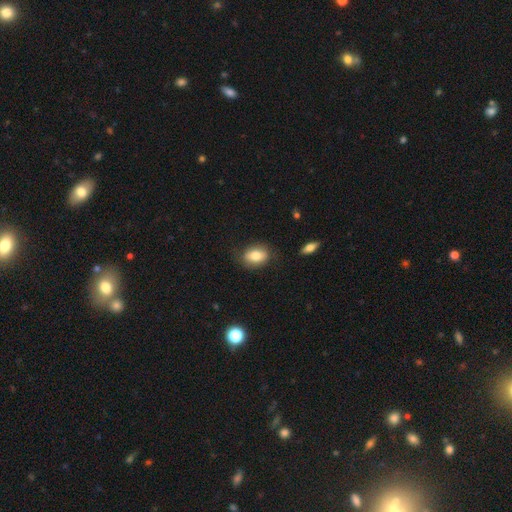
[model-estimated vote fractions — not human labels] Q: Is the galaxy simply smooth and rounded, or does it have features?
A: smooth — 80%.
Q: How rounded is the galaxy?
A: in between — 78%.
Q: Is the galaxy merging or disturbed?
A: none — 78%.